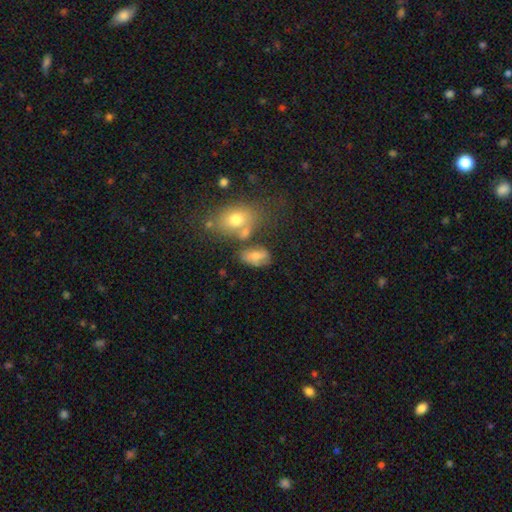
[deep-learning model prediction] Smooth or featured? Predicted: smooth (p=0.60). How rounded? Predicted: in between (p=0.85). Merging? Predicted: none (p=0.52).